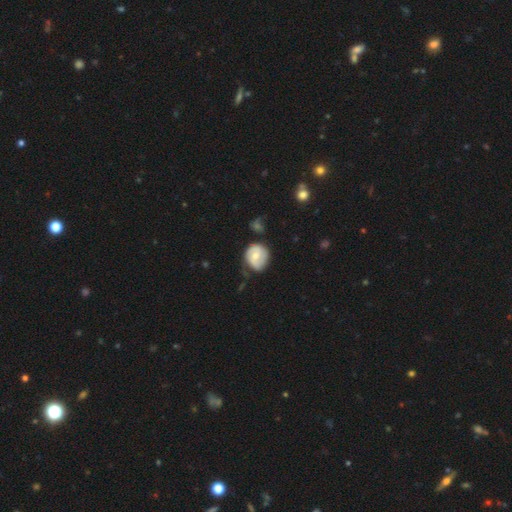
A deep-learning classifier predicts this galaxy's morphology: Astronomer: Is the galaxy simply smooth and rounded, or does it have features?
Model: featured or disk — 49% (runner-up: smooth, 44%).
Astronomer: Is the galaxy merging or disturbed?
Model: none — 57%.